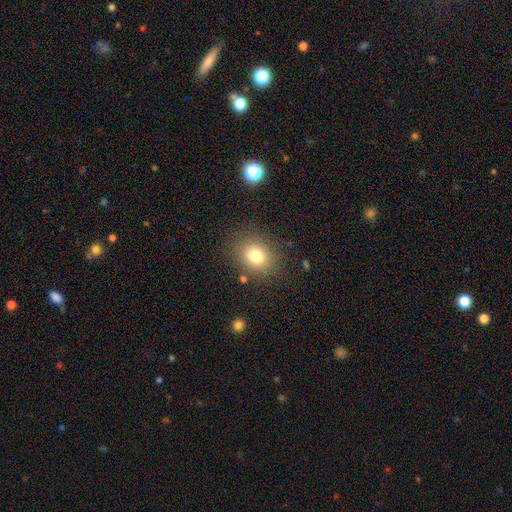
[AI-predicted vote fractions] The model was most divided on "how rounded": round: 59%, in between: 40%, cigar-shaped: 1%. More confident: merging — none (84%); smooth or featured — smooth (78%).